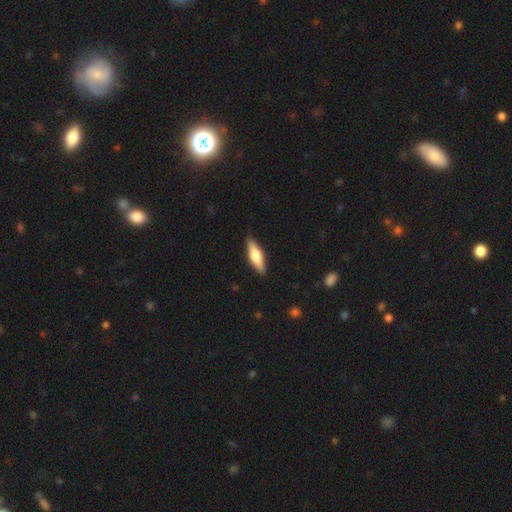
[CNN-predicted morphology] Smooth or featured? Predicted: smooth (p=0.53). How rounded? Predicted: cigar-shaped (p=0.57). Merging? Predicted: none (p=0.89).